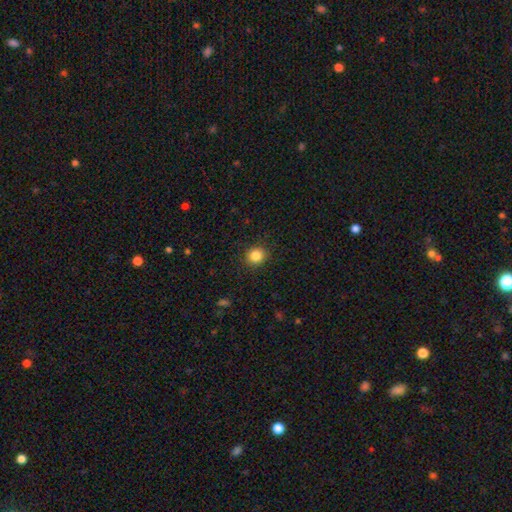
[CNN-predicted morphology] Q: Smooth or featured?
A: smooth (85%); runner-up: star or artifact (10%)
Q: How rounded?
A: round (85%); runner-up: in between (14%)
Q: Merging?
A: none (90%); runner-up: minor disturbance (6%)